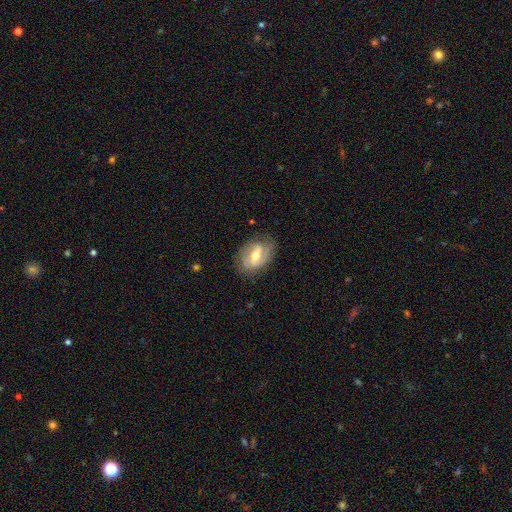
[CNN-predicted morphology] Q: Smooth or featured?
A: featured or disk (72%); runner-up: smooth (22%)
Q: Edge-on disk?
A: no (95%); runner-up: yes (5%)
Q: Bar?
A: weak (46%); runner-up: strong (36%)
Q: Spiral arms?
A: yes (84%); runner-up: no (16%)
Q: Spiral winding?
A: medium (42%); runner-up: tight (40%)
Q: Spiral arm count?
A: 2 (75%); runner-up: can't tell (13%)
Q: Bulge size?
A: moderate (66%); runner-up: small (26%)
Q: Merging?
A: none (75%); runner-up: minor disturbance (17%)